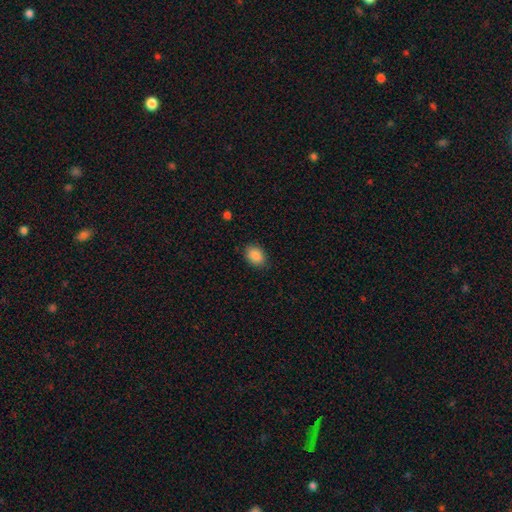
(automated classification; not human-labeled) Smooth or featured: smooth — 88% (star or artifact — 8%)
How rounded: in between — 76% (round — 23%)
Merging: none — 85% (minor disturbance — 11%)